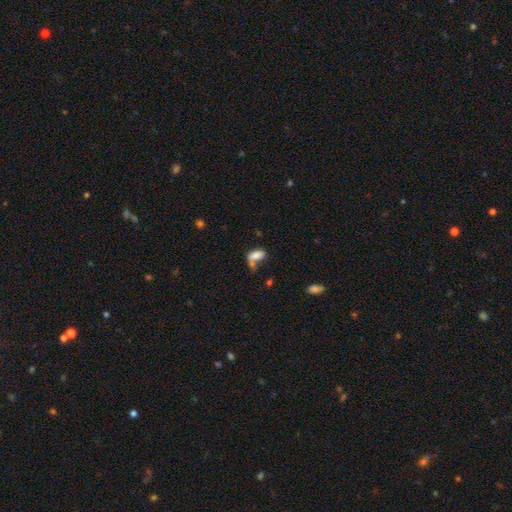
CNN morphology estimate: This appears to be a smooth galaxy with no disk features (77%) that is in between round and cigar-shaped (88%). Merging: merger (35%).